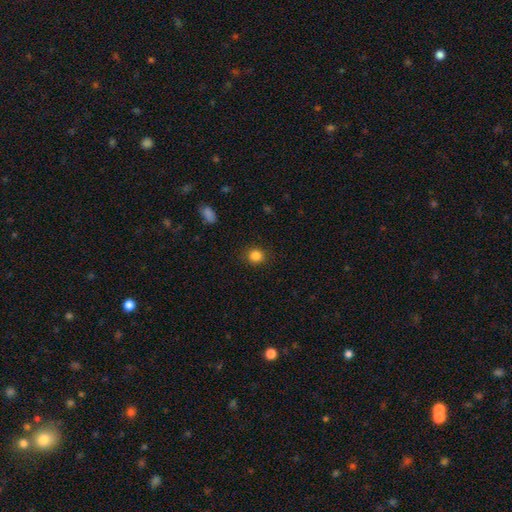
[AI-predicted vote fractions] Overall: smooth (84%). How rounded: round (87%). Merging: none (90%).